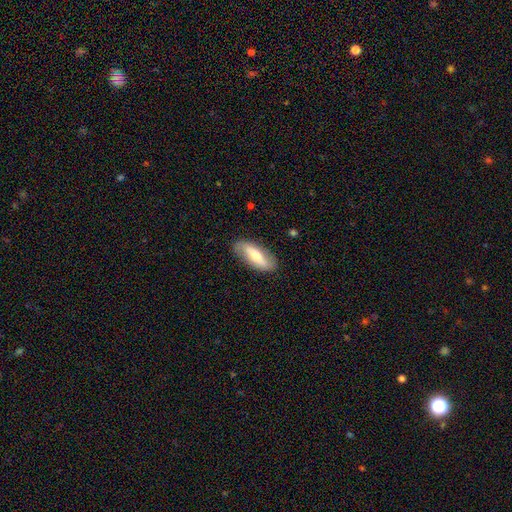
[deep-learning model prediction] smooth 53%, featured or disk 41%, star or artifact 6%. Down the decision tree: how rounded — in between (72%); merging — none (82%).